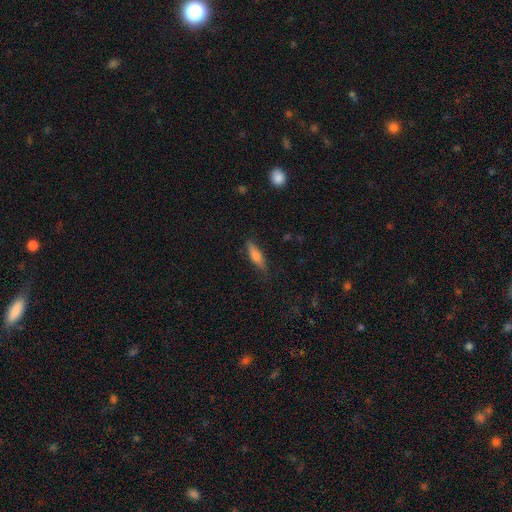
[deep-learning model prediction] Q: Smooth or featured?
A: smooth (66%); runner-up: featured or disk (27%)
Q: How rounded?
A: cigar-shaped (62%); runner-up: in between (36%)
Q: Merging?
A: none (83%); runner-up: minor disturbance (13%)